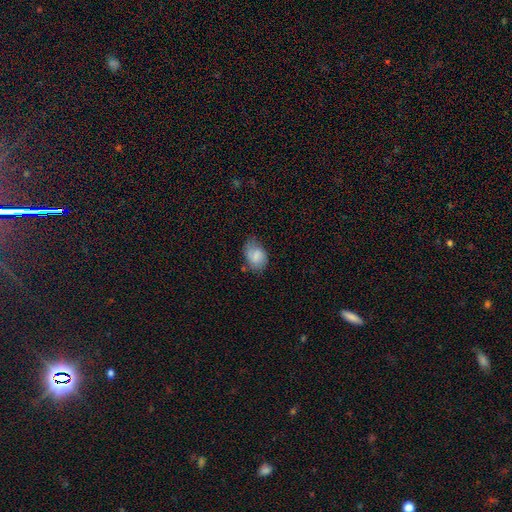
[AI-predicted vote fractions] smooth 73%, featured or disk 19%, star or artifact 8%. Down the decision tree: how rounded — in between (76%); merging — none (54%).